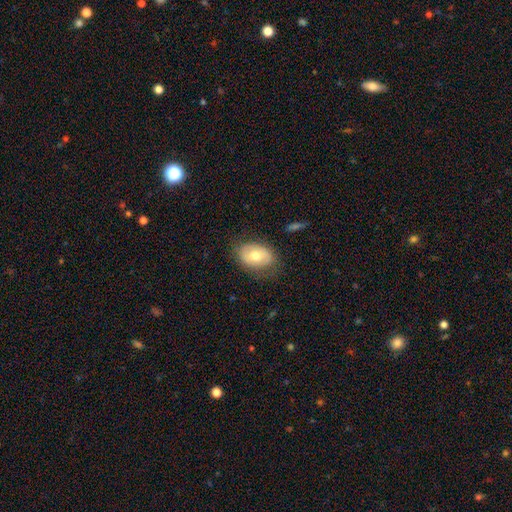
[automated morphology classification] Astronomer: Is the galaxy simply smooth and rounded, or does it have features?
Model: smooth — 64%.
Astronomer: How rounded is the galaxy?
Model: in between — 83%.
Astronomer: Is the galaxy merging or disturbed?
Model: none — 75%.